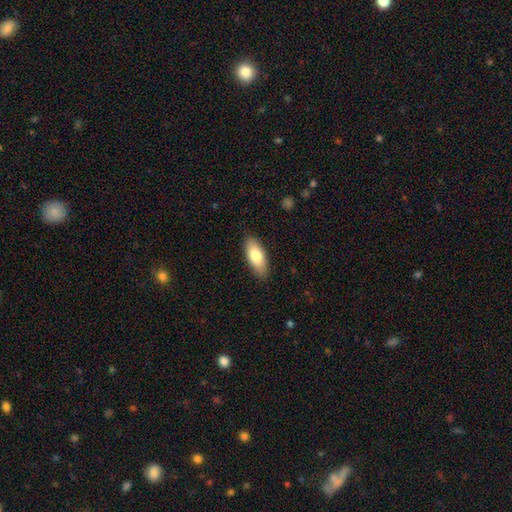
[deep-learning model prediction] Morphology: type=smooth (79%); roundness=in between (84%); merging=none (87%).